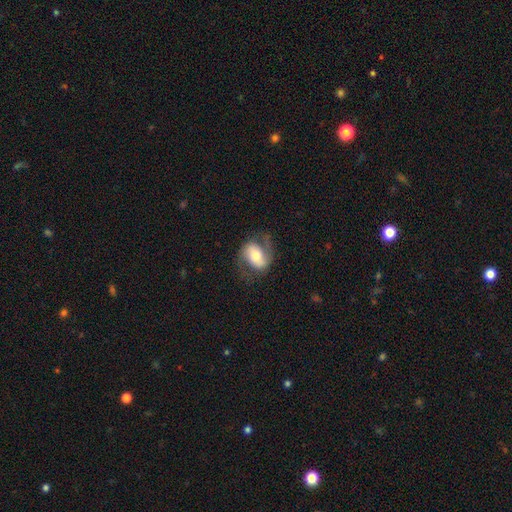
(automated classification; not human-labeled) featured or disk 63%, smooth 31%, star or artifact 7%. Down the decision tree: edge-on disk — no (96%); bar — no (39%); spiral arms — yes (86%); spiral arm count — 2 (86%); spiral winding — medium (46%); bulge size — moderate (64%); merging — none (67%).